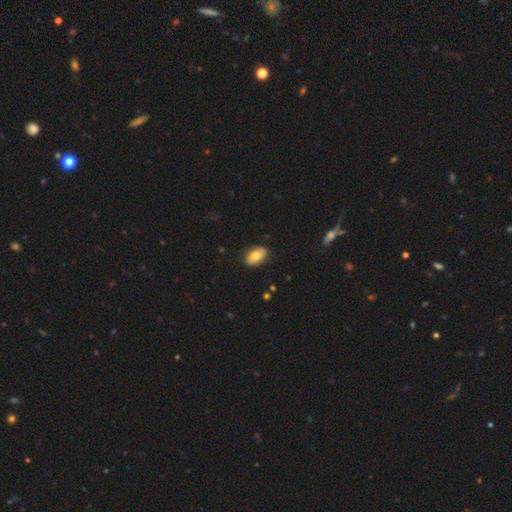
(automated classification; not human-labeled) The model was most divided on "smooth or featured": smooth: 75%, featured or disk: 18%, star or artifact: 7%. More confident: how rounded — in between (92%); merging — none (87%).